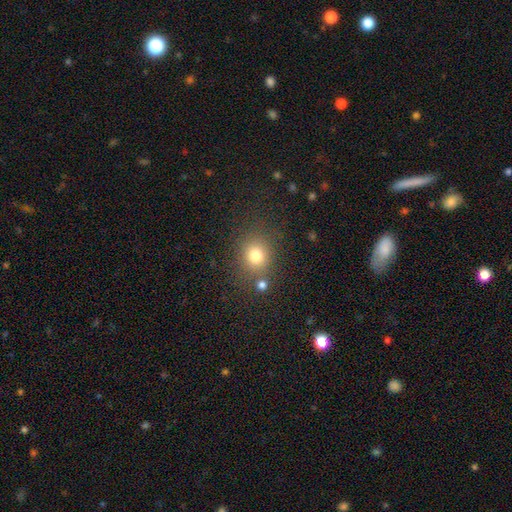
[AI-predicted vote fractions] This appears to be a smooth galaxy with no disk features (78%) that is round (74%). Merging: none (74%).